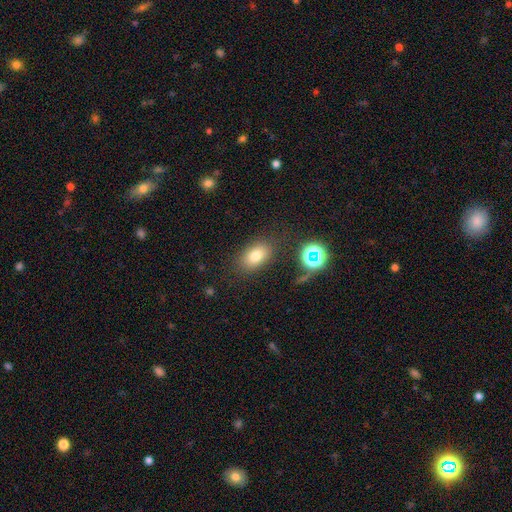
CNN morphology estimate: Smooth or featured: smooth — 76% (star or artifact — 13%)
How rounded: in between — 85% (round — 14%)
Merging: none — 80% (minor disturbance — 12%)